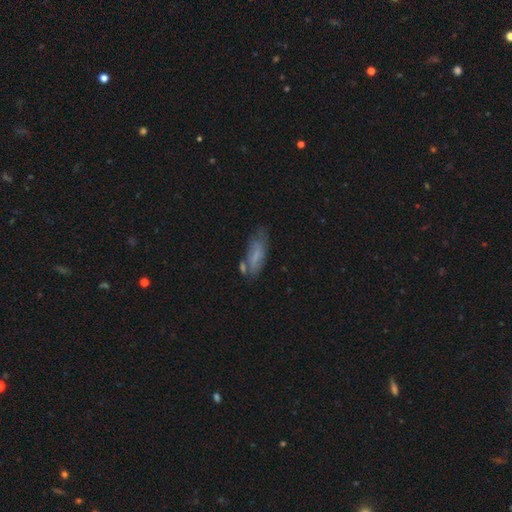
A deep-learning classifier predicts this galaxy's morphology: Overall: smooth (58%; featured or disk 32%). How rounded: in between (61%; cigar-shaped 36%). Merging: none (55%; minor disturbance 25%).